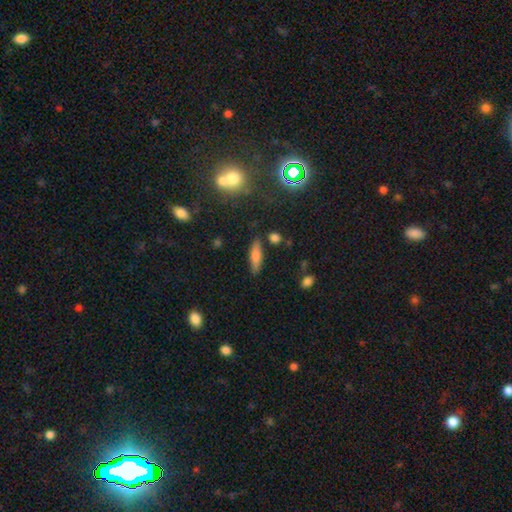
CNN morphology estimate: Smooth or featured? Predicted: smooth (p=0.68). How rounded? Predicted: cigar-shaped (p=0.61). Merging? Predicted: none (p=0.81).